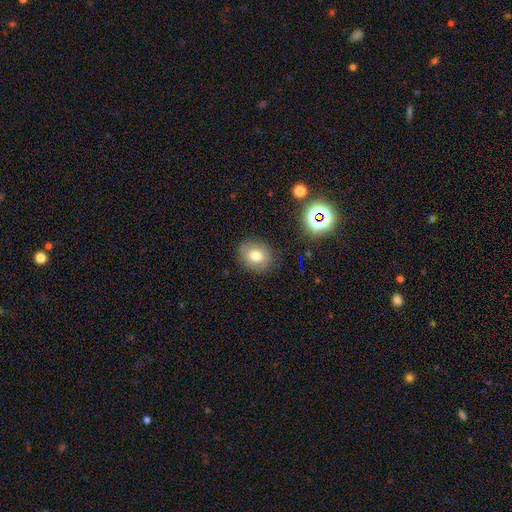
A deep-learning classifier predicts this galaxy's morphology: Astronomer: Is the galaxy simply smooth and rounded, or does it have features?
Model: smooth — 74%.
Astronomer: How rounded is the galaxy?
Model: round — 63%.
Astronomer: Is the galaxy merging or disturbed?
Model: none — 86%.